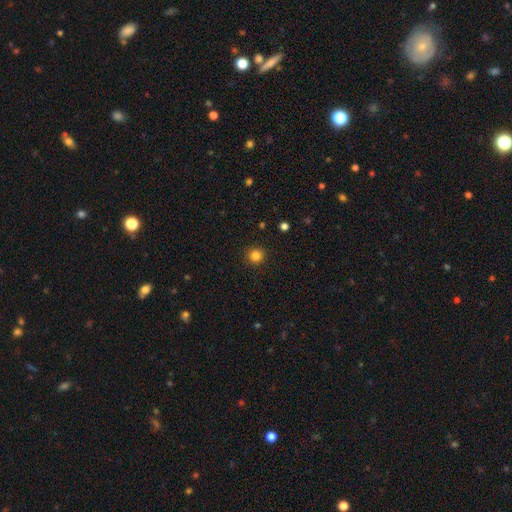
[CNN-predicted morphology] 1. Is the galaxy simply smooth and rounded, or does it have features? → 83% smooth, 12% star or artifact, 4% featured or disk.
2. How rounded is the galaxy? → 95% round, 4% in between, 1% cigar-shaped.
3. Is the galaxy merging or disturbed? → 92% none, 5% minor disturbance, 2% major disturbance, 1% merger.